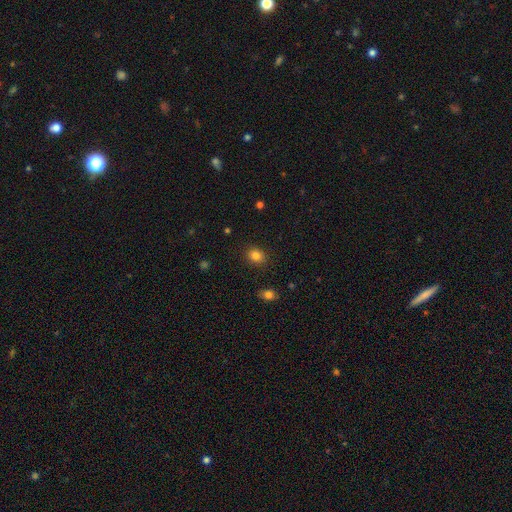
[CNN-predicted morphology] smooth-or-featured: smooth: 84% | star or artifact: 12% | featured or disk: 5%
  how-rounded: round: 65% | in between: 35% | cigar-shaped: 1%
  merging: none: 88% | minor disturbance: 8% | major disturbance: 3% | merger: 1%